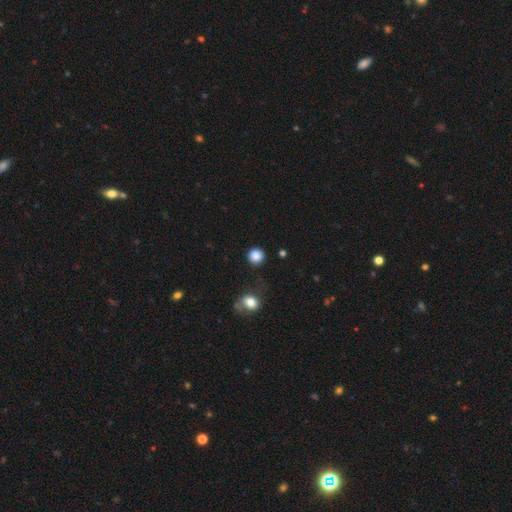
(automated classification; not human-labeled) This appears to be a smooth galaxy with no disk features (86%) that is round (93%). Merging: none (85%).